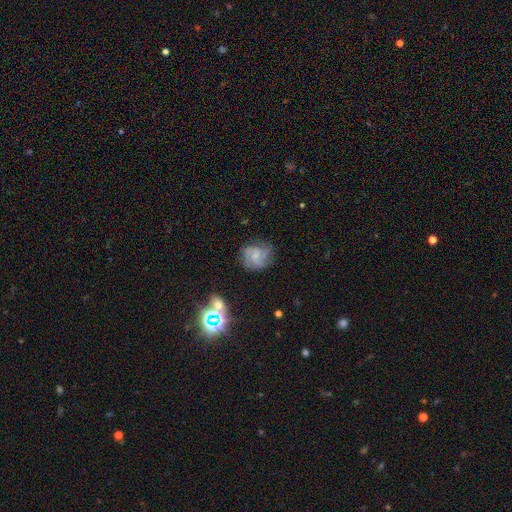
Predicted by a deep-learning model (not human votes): This is likely a featured or disk galaxy (70%). It is clearly not viewed edge-on (98%). Bar: likely no (63%). Spiral arm pattern: clearly yes (93%). Spiral arm count: marginally 3 (38%). Spiral winding: marginally medium (45%). Central bulge: possibly small (53%). Merging: likely none (68%).